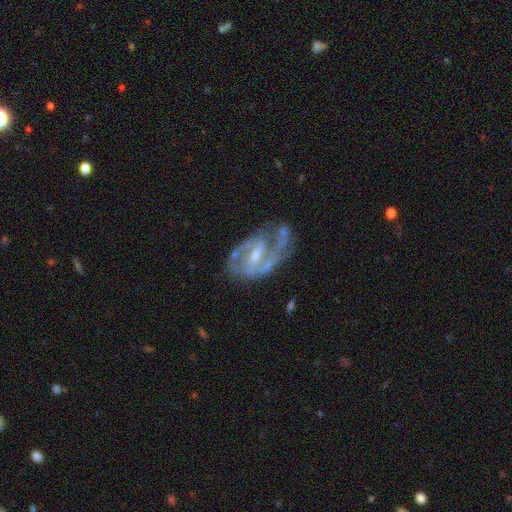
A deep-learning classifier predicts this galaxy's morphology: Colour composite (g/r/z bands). It shows a featured or disk galaxy (88%) with a weak bar (49%), 2 (82%) medium (55%) spiral arms (95%) and a small central bulge (55%). Merging: none (59%).